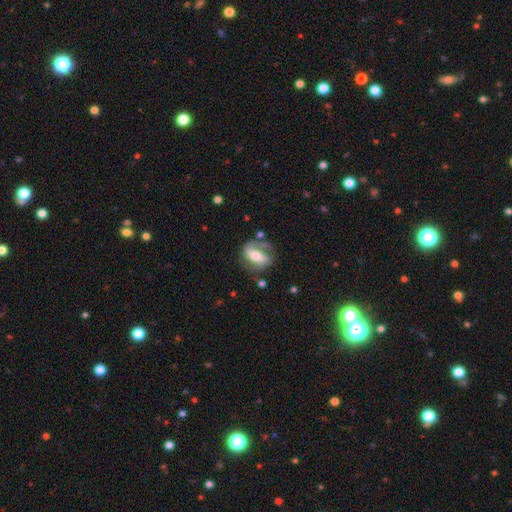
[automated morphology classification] Q: Smooth or featured?
A: featured or disk (62%); runner-up: smooth (31%)
Q: Edge-on disk?
A: no (91%); runner-up: yes (9%)
Q: Bar?
A: strong (48%); runner-up: weak (28%)
Q: Spiral arms?
A: yes (73%); runner-up: no (27%)
Q: Bulge size?
A: moderate (61%); runner-up: small (27%)
Q: Merging?
A: none (55%); runner-up: minor disturbance (22%)